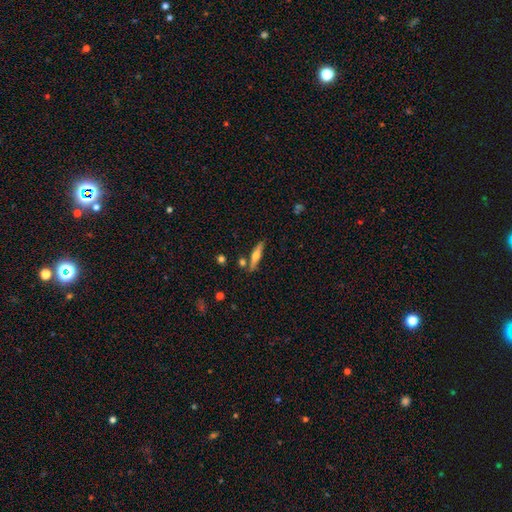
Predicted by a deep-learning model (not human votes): Morphology: type=featured or disk (49%); merging=none (77%).